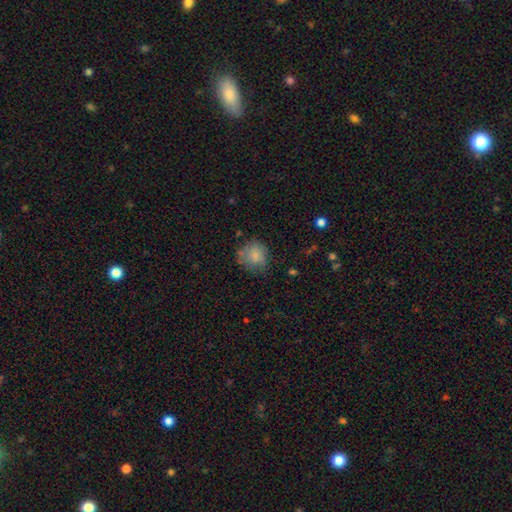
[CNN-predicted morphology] Smooth or featured?
  - smooth: 78% *
  - featured or disk: 13%
  - star or artifact: 9%
How rounded?
  - round: 81% *
  - in between: 18%
  - cigar-shaped: 1%
Merging?
  - none: 64% *
  - minor disturbance: 24%
  - major disturbance: 9%
  - merger: 3%